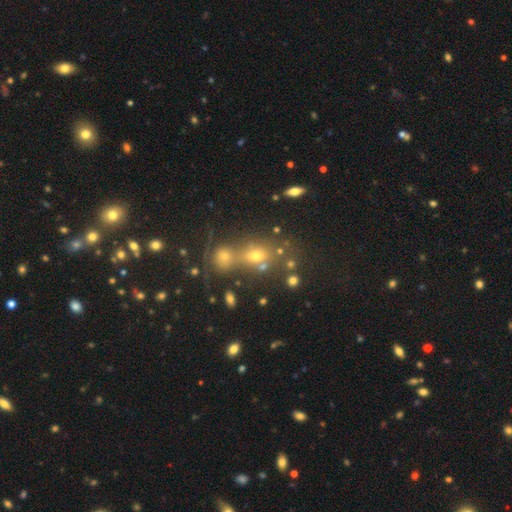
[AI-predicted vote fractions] The model was most divided on "merging" (2-way tie): none: 42%, merger: 42%, minor disturbance: 10%, major disturbance: 6%. More confident: smooth or featured — smooth (56%); how rounded — round (53%).